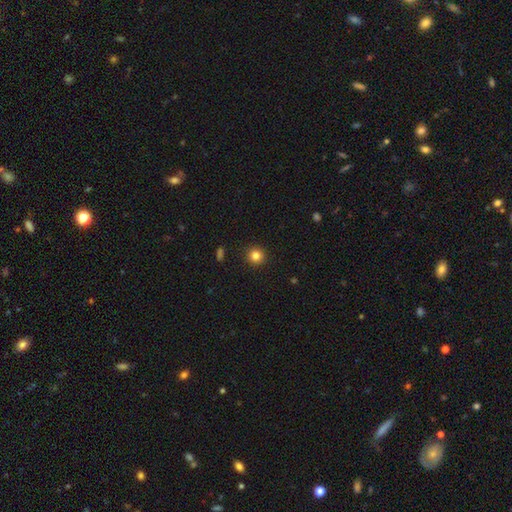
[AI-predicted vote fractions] Overall: smooth (83%). How rounded: round (94%). Merging: none (92%).